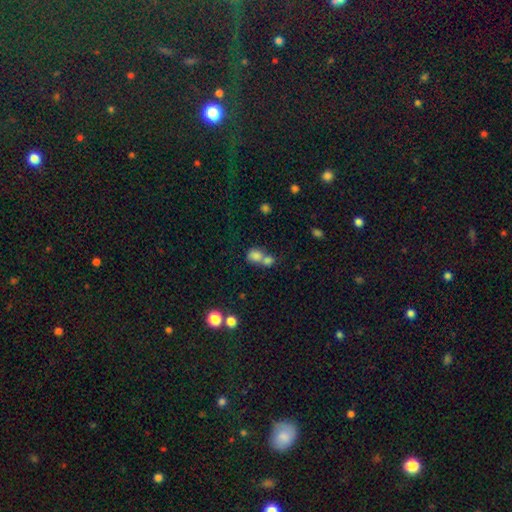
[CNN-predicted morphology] Smooth or featured? smooth (78%)
How rounded? round (60%)
Merging? merger (63%)